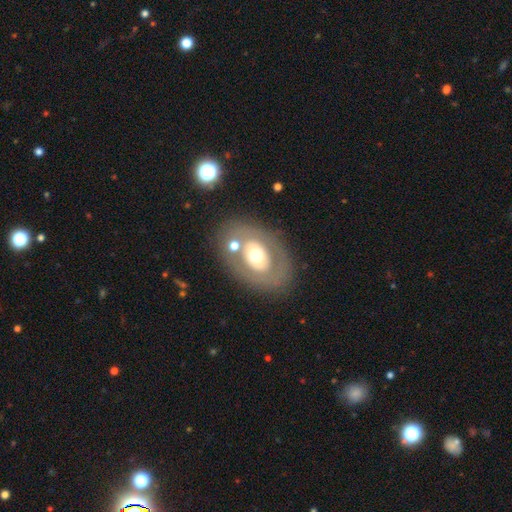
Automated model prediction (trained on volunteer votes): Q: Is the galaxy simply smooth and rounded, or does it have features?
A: featured or disk — 51%.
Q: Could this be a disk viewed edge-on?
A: no — 92%.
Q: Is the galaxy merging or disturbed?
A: none — 74%.